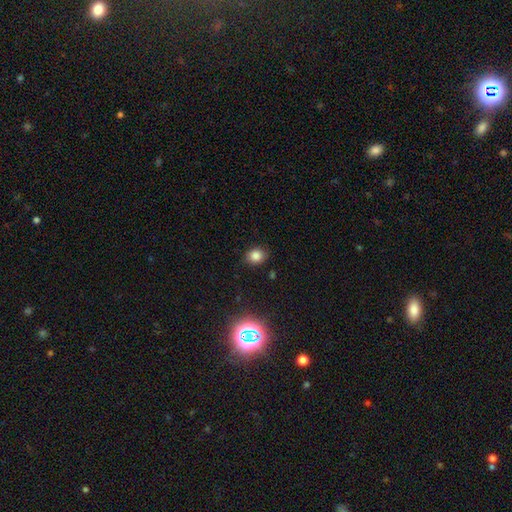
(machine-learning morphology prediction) A smooth galaxy with no disk features (81%) that is round (57%).

Vote fractions:
- Smooth or featured? smooth: 81% / star or artifact: 14% / featured or disk: 5%
- How rounded? round: 57% / in between: 42% / cigar-shaped: 1%
- Merging? none: 87% / minor disturbance: 9% / major disturbance: 3% / merger: 1%